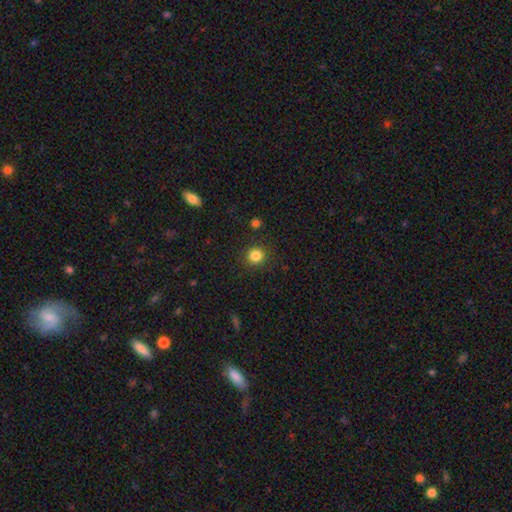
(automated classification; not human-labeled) Smooth or featured?
  - smooth: 84% *
  - star or artifact: 12%
  - featured or disk: 4%
How rounded?
  - round: 92% *
  - in between: 7%
  - cigar-shaped: 1%
Merging?
  - none: 90% *
  - minor disturbance: 6%
  - major disturbance: 2%
  - merger: 1%